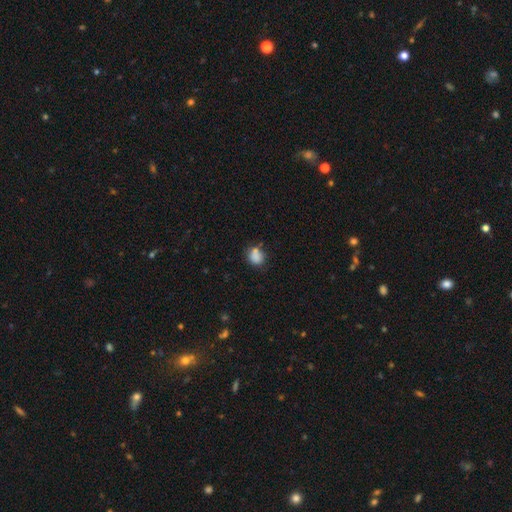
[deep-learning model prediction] smooth 82%, star or artifact 10%, featured or disk 7%. Down the decision tree: how rounded — round (64%); merging — none (60%).